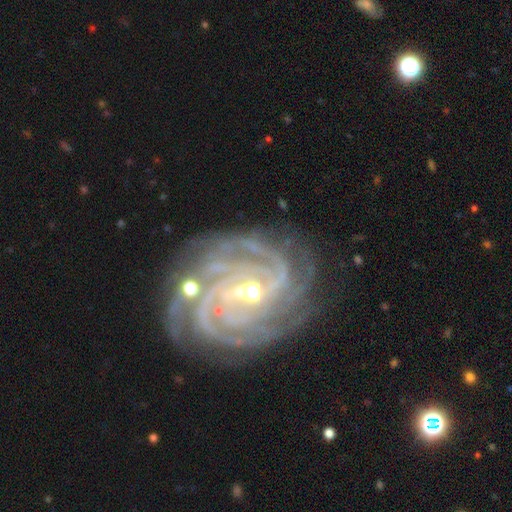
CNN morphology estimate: Smooth or featured: featured or disk — 92% (star or artifact — 5%)
Edge-on disk: no — 97% (yes — 3%)
Bar: strong — 45% (weak — 40%)
Spiral arms: yes — 99% (no — 1%)
Spiral winding: tight — 80% (medium — 18%)
Spiral arm count: 4 — 35% (more than 4 — 22%)
Bulge size: small — 60% (moderate — 37%)
Merging: none — 81% (minor disturbance — 13%)